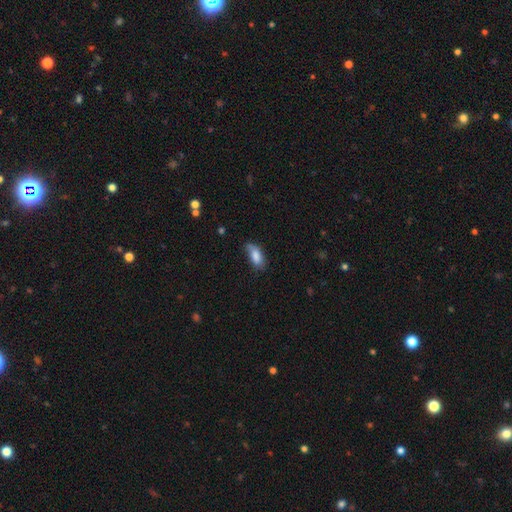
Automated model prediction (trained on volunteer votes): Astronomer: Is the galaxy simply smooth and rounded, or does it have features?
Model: smooth — 83%.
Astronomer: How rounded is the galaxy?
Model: in between — 86%.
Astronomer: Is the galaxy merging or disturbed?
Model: none — 56% (runner-up: minor disturbance, 33%).